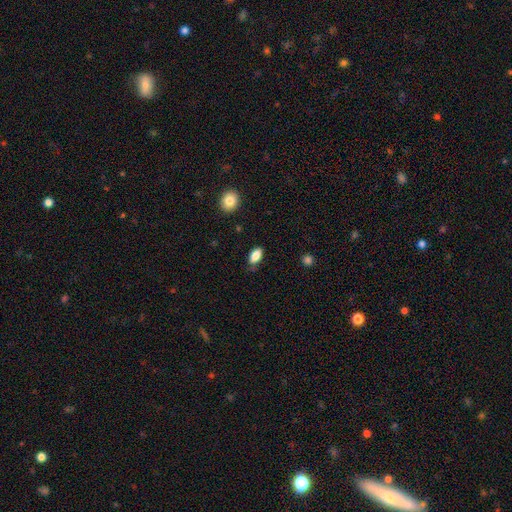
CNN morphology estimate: Q: Smooth or featured?
A: smooth (85%); runner-up: featured or disk (8%)
Q: How rounded?
A: in between (91%); runner-up: cigar-shaped (5%)
Q: Merging?
A: none (73%); runner-up: minor disturbance (21%)